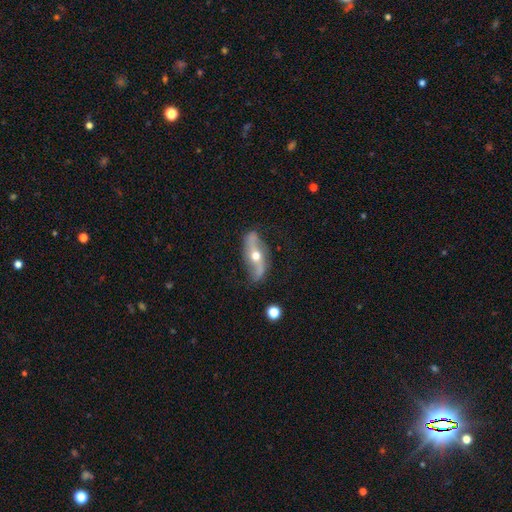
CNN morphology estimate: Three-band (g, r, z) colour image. It shows a featured or disk galaxy (80%) with no bar (50%), 2 (92%) loose (80%) spiral arms (86%) and a moderate central bulge (76%). Merging: none (77%).